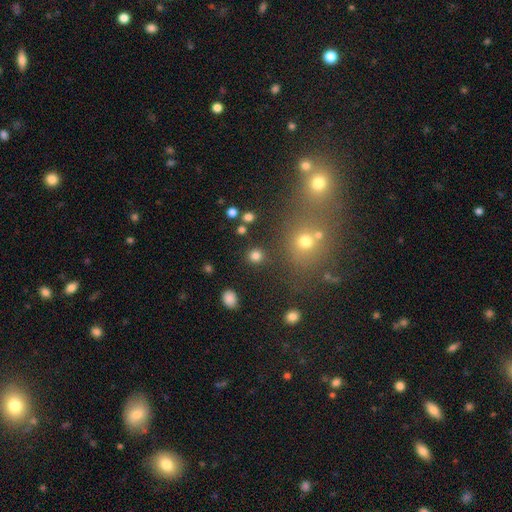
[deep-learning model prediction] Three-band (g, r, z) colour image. It shows a smooth galaxy with no disk features (80%) that is round (89%). Merging: none (87%).